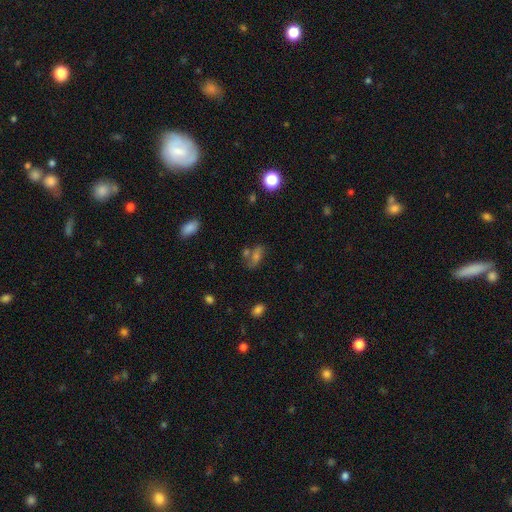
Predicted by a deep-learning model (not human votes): The model was most divided on "smooth or featured": smooth: 50%, featured or disk: 27%, star or artifact: 23%. More confident: how rounded — in between (73%); merging — none (57%).